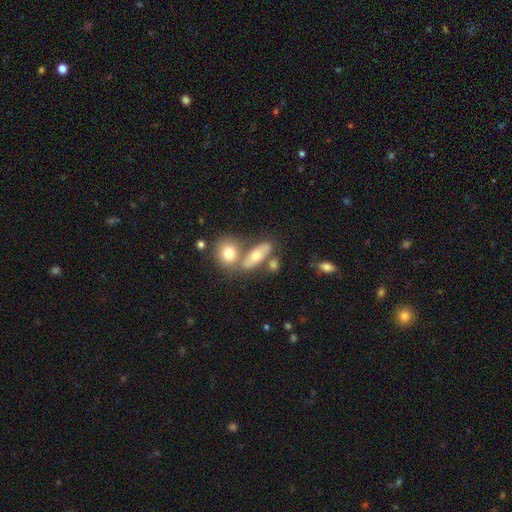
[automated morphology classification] This is likely a smooth galaxy (61%). How rounded: likely in between (63%). Merging: possibly none (49%).